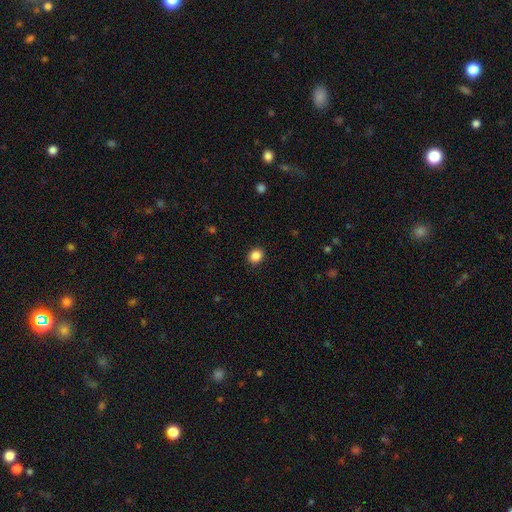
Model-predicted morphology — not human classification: Overall: smooth (86%). How rounded: round (70%). Merging: none (91%).